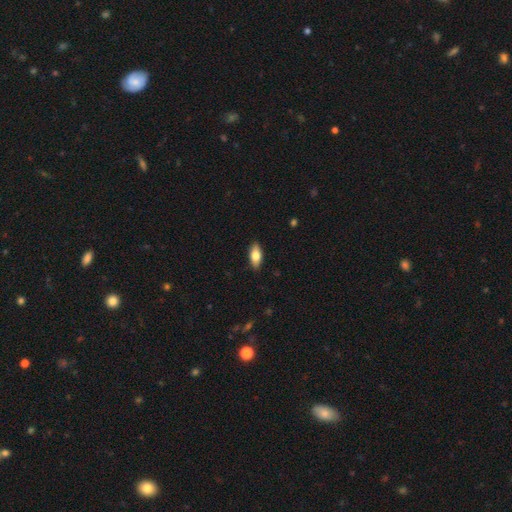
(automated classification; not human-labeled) Smooth or featured?
  - smooth: 72% *
  - featured or disk: 21%
  - star or artifact: 6%
How rounded?
  - in between: 82% *
  - cigar-shaped: 15%
  - round: 3%
Merging?
  - none: 89% *
  - minor disturbance: 9%
  - major disturbance: 2%
  - merger: 1%